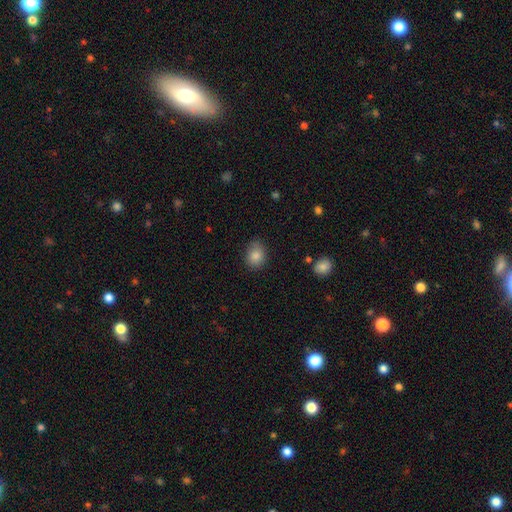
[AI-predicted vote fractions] Overall: smooth (85%). How rounded: round (52%; in between 47%). Merging: none (78%).